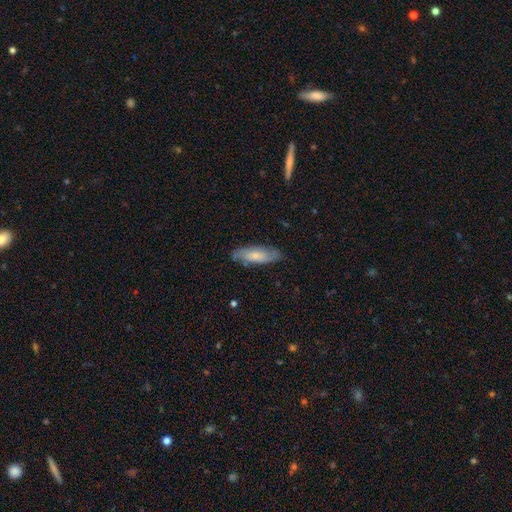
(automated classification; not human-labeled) smooth_or_featured: smooth (p=0.55) [alt: featured or disk p=0.39]
how_rounded: in between (p=0.58) [alt: cigar-shaped p=0.40]
merging: none (p=0.79) [alt: minor disturbance p=0.16]